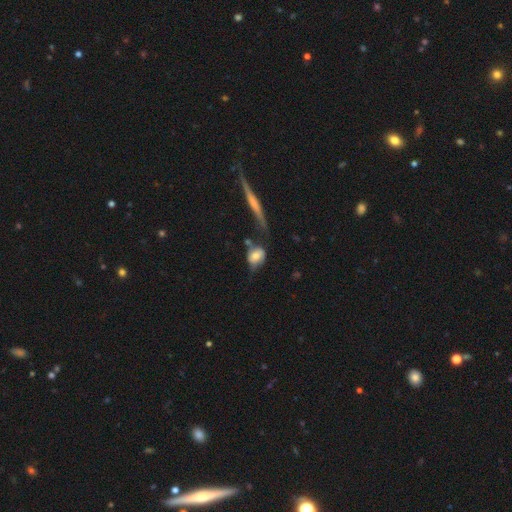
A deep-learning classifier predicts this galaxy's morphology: type=smooth (64%); roundness=in between (56%); merging=none (37%).